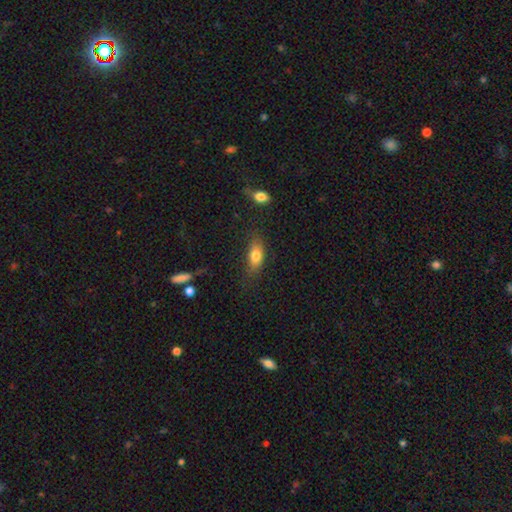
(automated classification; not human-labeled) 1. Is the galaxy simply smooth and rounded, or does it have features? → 78% smooth, 14% featured or disk, 8% star or artifact.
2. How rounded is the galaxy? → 79% in between, 14% cigar-shaped, 7% round.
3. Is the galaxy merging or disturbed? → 69% none, 21% minor disturbance, 8% major disturbance, 3% merger.